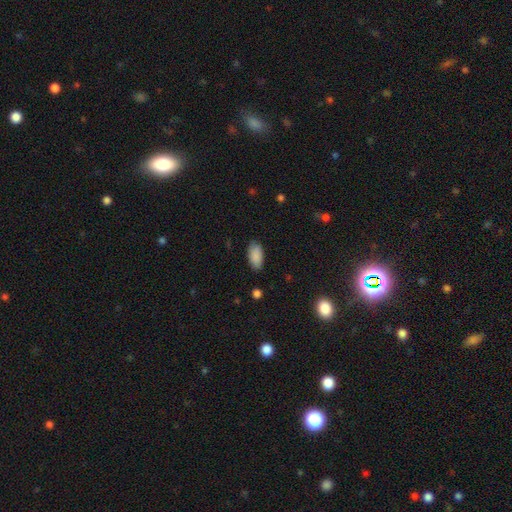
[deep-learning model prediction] smooth-or-featured: smooth: 88% | star or artifact: 7% | featured or disk: 5%
  how-rounded: in between: 93% | cigar-shaped: 5% | round: 3%
  merging: none: 82% | minor disturbance: 14% | major disturbance: 3% | merger: 1%